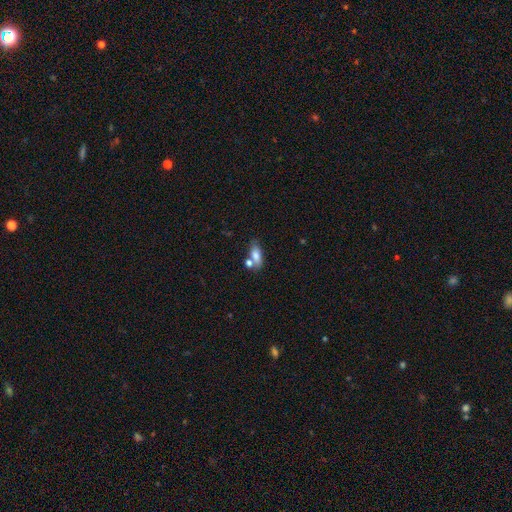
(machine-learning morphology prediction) smooth_or_featured: smooth (p=0.75) [alt: featured or disk p=0.16]
how_rounded: in between (p=0.78) [alt: cigar-shaped p=0.17]
merging: none (p=0.50) [alt: merger p=0.29]